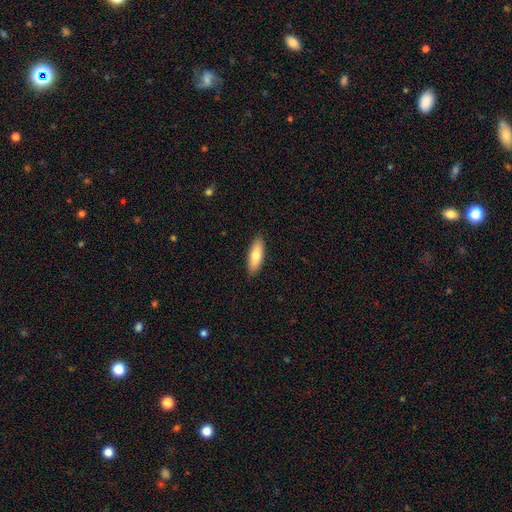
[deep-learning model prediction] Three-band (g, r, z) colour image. It shows a smooth galaxy with no disk features (77%) that is in between round and cigar-shaped (58%). Merging: none (89%).